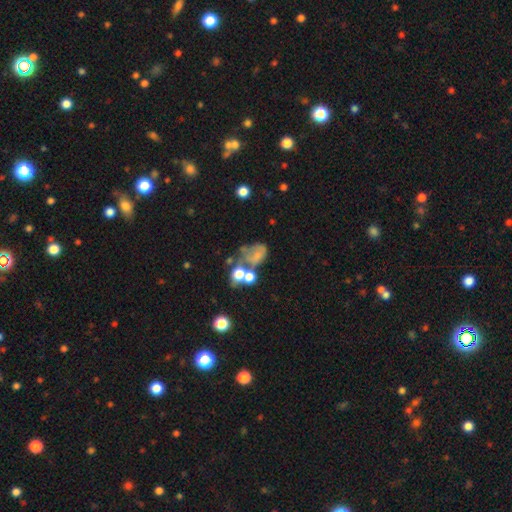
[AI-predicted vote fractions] A smooth galaxy with no disk features (50%). Merging: merger (38%).